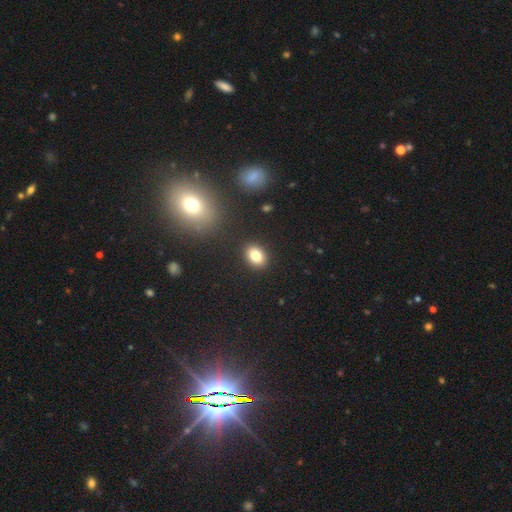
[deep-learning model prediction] smooth_or_featured: smooth (p=0.81) [alt: star or artifact p=0.11]
how_rounded: in between (p=0.65) [alt: round p=0.34]
merging: none (p=0.89) [alt: minor disturbance p=0.07]